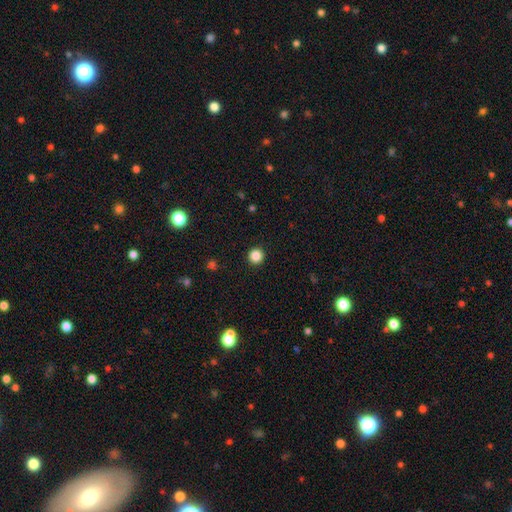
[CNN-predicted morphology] smooth-or-featured: smooth: 86% | star or artifact: 11% | featured or disk: 3%
  how-rounded: round: 96% | in between: 3% | cigar-shaped: 1%
  merging: none: 93% | minor disturbance: 4% | major disturbance: 2% | merger: 1%